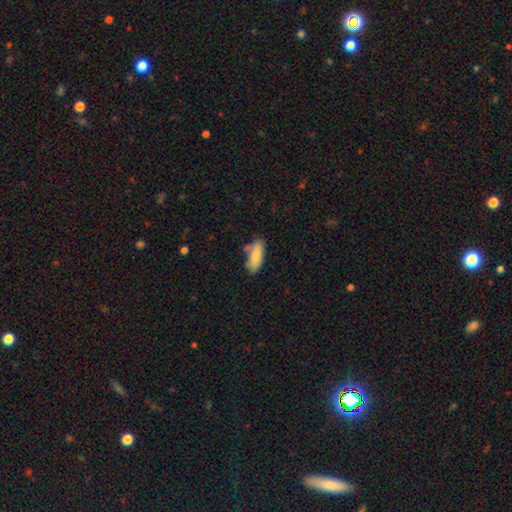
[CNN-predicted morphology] type=smooth (82%); roundness=in between (69%); merging=none (66%).